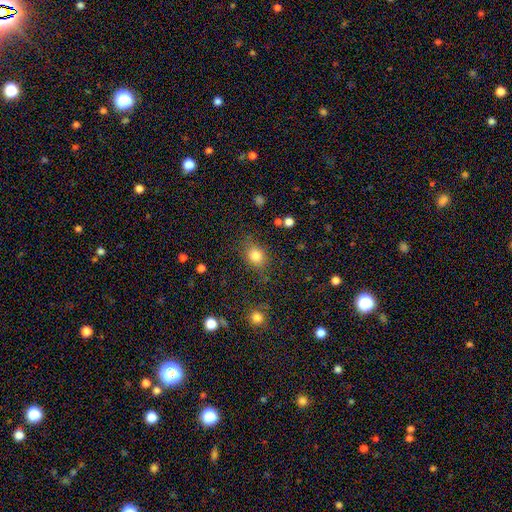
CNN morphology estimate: Smooth or featured? Predicted: smooth (p=0.82). How rounded? Predicted: round (p=0.50). Merging? Predicted: none (p=0.77).